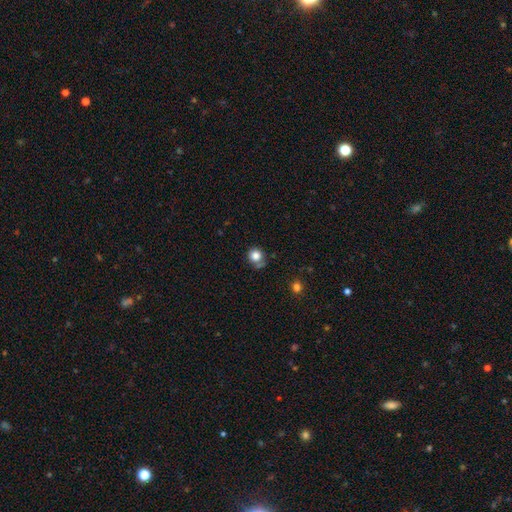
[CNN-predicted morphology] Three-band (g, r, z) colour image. It shows a smooth galaxy with no disk features (82%) that is round (90%). Merging: none (68%).